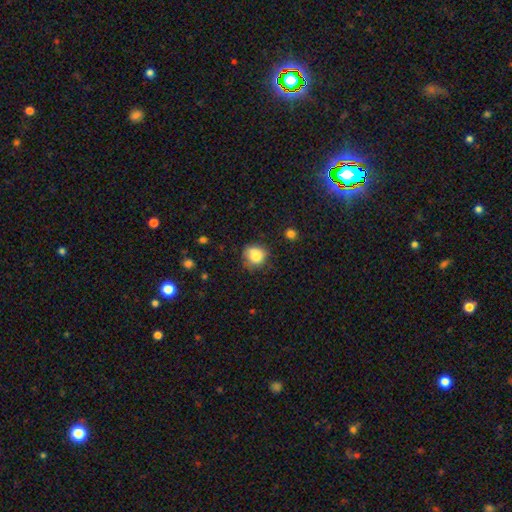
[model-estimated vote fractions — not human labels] smooth-or-featured: smooth: 82% | star or artifact: 10% | featured or disk: 8%
  how-rounded: round: 83% | in between: 16% | cigar-shaped: 1%
  merging: none: 67% | minor disturbance: 25% | major disturbance: 6% | merger: 2%